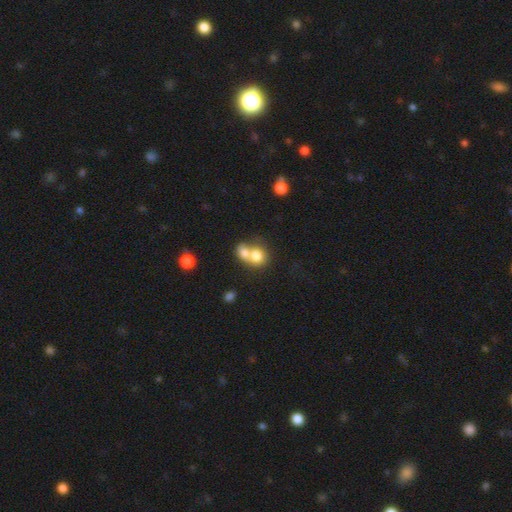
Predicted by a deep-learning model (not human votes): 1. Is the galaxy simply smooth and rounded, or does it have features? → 76% smooth, 15% featured or disk, 9% star or artifact.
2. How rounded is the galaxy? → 69% round, 30% in between, 1% cigar-shaped.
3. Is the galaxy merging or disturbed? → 69% merger, 22% none, 6% minor disturbance, 3% major disturbance.